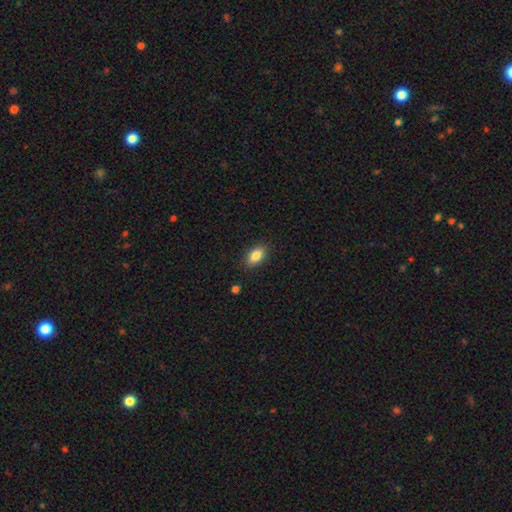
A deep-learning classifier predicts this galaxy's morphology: Smooth or featured?
  - smooth: 85% *
  - star or artifact: 8%
  - featured or disk: 7%
How rounded?
  - in between: 89% *
  - round: 8%
  - cigar-shaped: 3%
Merging?
  - none: 88% *
  - minor disturbance: 9%
  - major disturbance: 2%
  - merger: 1%